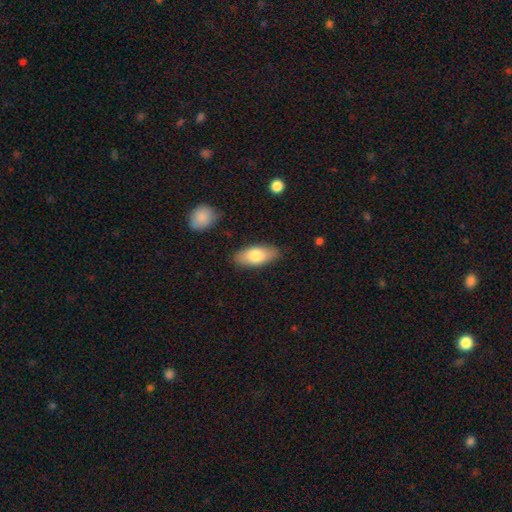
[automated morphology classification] Overall: smooth (77%). How rounded: in between (86%). Merging: none (85%).